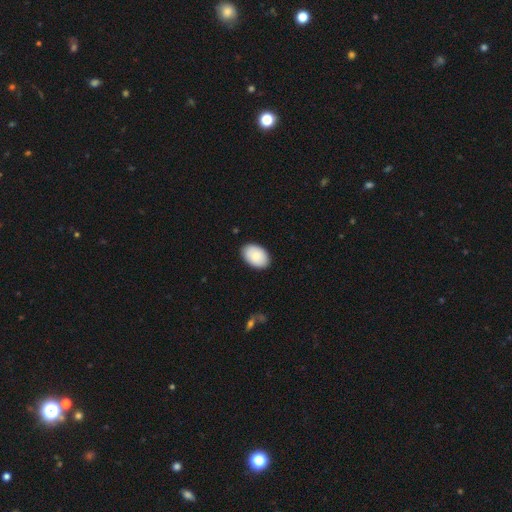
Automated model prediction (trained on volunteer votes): Q: Smooth or featured?
A: smooth (88%); runner-up: featured or disk (7%)
Q: How rounded?
A: in between (91%); runner-up: round (8%)
Q: Merging?
A: none (88%); runner-up: minor disturbance (9%)